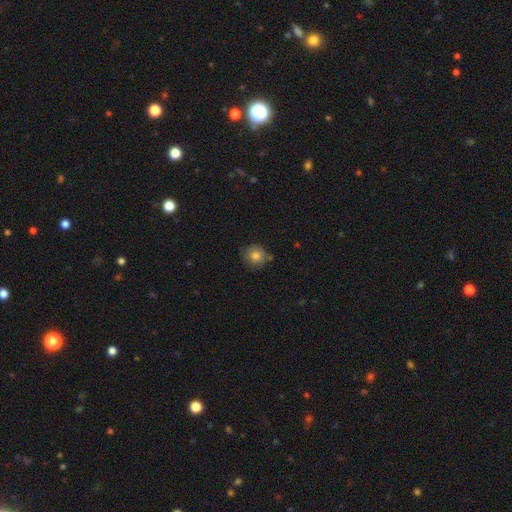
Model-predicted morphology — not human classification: Smooth or featured?
  - smooth: 80% *
  - featured or disk: 10%
  - star or artifact: 10%
How rounded?
  - round: 84% *
  - in between: 15%
  - cigar-shaped: 1%
Merging?
  - none: 75% *
  - minor disturbance: 18%
  - merger: 4%
  - major disturbance: 3%